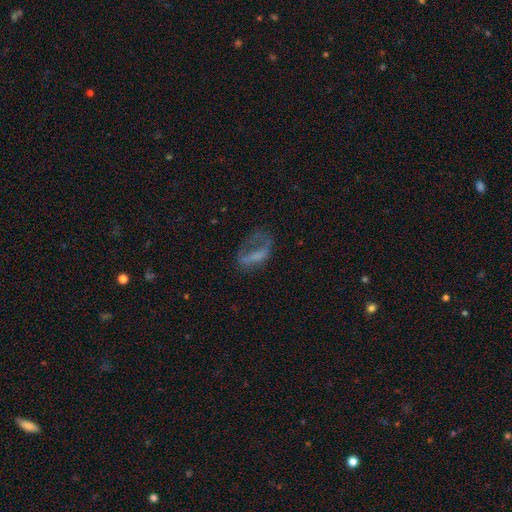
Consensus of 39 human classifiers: This is possibly a featured or disk galaxy (49%). It is clearly not viewed edge-on (84%). Bar: likely no (75%). Spiral arm pattern: clearly no (81%). Central bulge: likely none (69%). Merging: marginally major disturbance (44%).